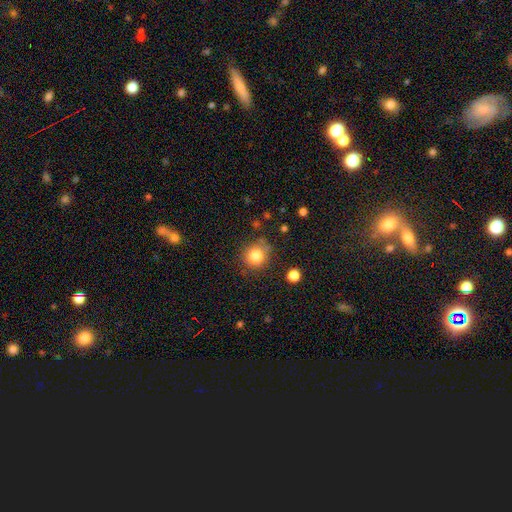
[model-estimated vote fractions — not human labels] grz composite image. It shows a smooth galaxy with no disk features (82%) that is round (89%). Merging: none (79%).